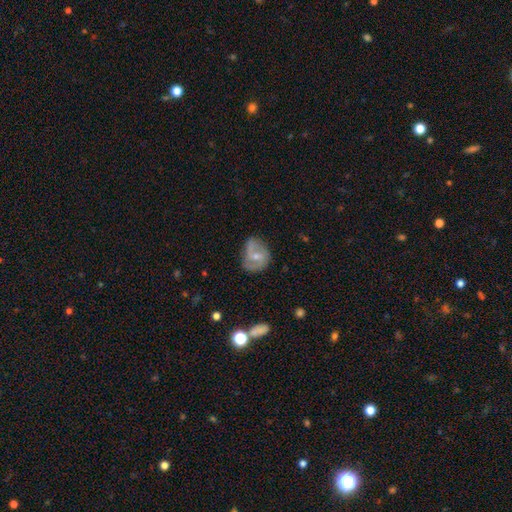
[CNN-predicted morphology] Smooth or featured? featured or disk (68%)
Edge-on disk? no (97%)
Bar? weak (44%)
Spiral arms? yes (87%)
Spiral winding? medium (48%)
Spiral arm count? 2 (77%)
Bulge size? small (54%)
Merging? none (60%)